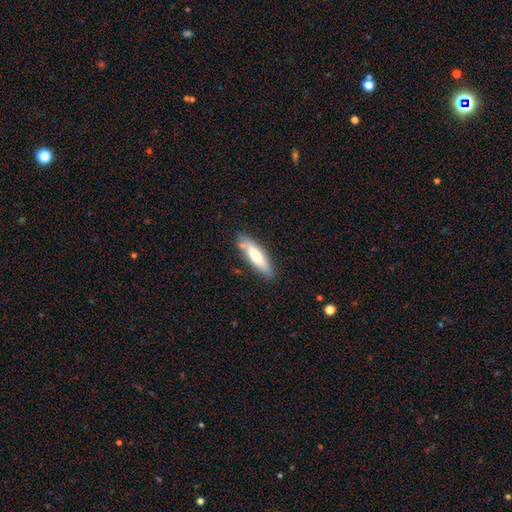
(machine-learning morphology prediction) Smooth or featured?
  - smooth: 69% *
  - featured or disk: 26%
  - star or artifact: 6%
How rounded?
  - cigar-shaped: 63% *
  - in between: 35%
  - round: 1%
Merging?
  - none: 82% *
  - minor disturbance: 13%
  - major disturbance: 3%
  - merger: 3%